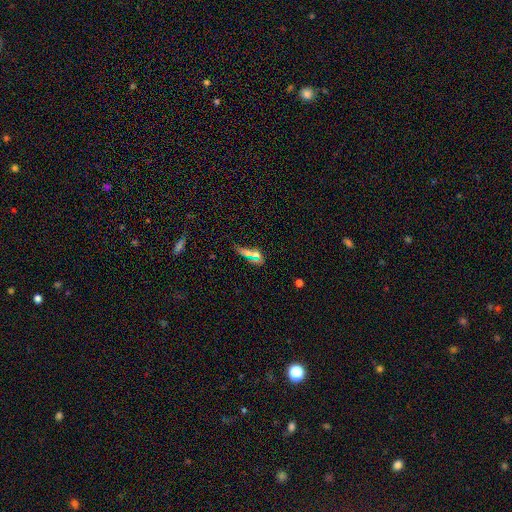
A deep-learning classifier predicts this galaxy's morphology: This appears to be a smooth galaxy with no disk features (49%). Merging: none (44%).